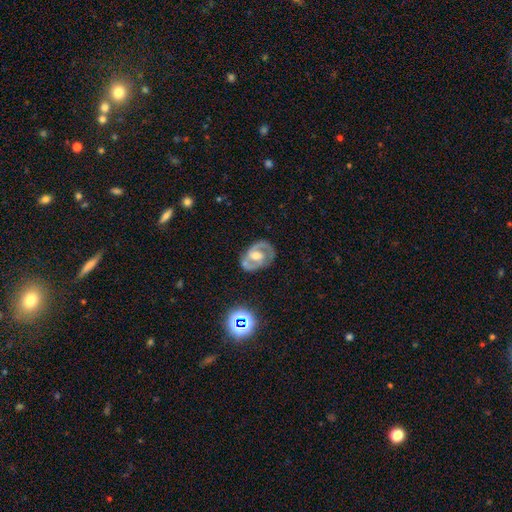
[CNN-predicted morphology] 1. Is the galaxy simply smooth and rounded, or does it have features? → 81% featured or disk, 13% smooth, 6% star or artifact.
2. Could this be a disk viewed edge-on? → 96% no, 4% yes.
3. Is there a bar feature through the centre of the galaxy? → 42% weak, 36% no, 21% strong.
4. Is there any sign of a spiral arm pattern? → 84% yes, 16% no.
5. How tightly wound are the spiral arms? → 51% medium, 34% tight, 15% loose.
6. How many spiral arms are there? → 83% 2, 8% can't tell, 5% 1, 1% 3, 1% 4, 1% more than 4.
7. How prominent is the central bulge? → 66% moderate, 23% small, 9% large, 2% none, 1% dominant.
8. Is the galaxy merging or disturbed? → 72% none, 18% minor disturbance, 7% major disturbance, 3% merger.